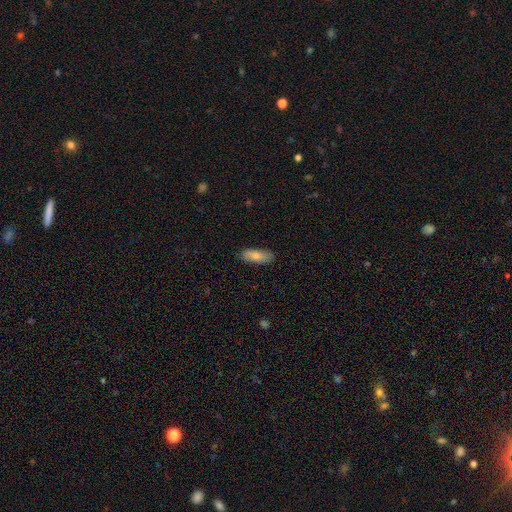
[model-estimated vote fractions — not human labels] This is clearly a smooth galaxy (83%). How rounded: likely in between (71%). Merging: clearly none (86%).